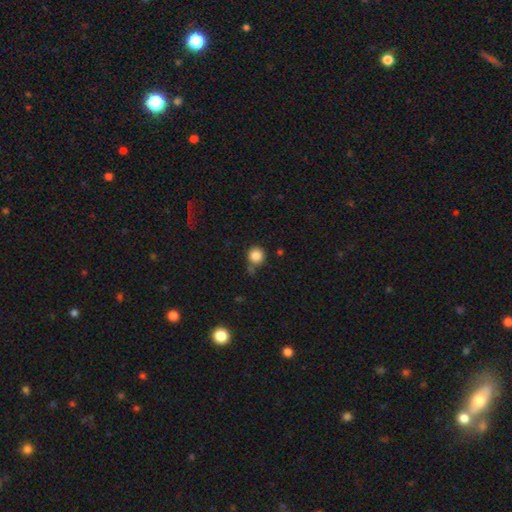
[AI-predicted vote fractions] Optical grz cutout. It shows a smooth galaxy with no disk features (85%) that is round (93%). Merging: none (69%).